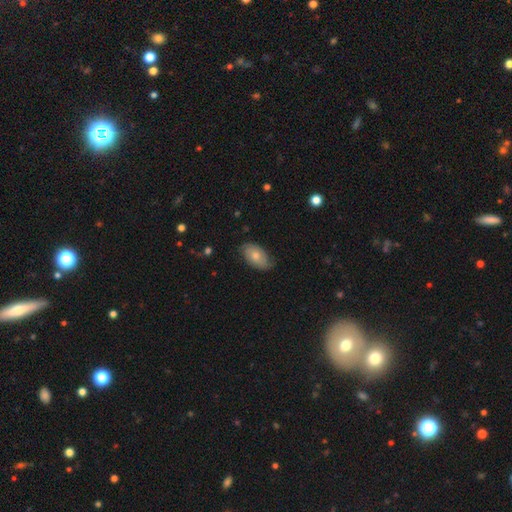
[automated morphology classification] Smooth or featured: smooth — 56% (featured or disk — 37%)
How rounded: in between — 93% (round — 5%)
Merging: none — 72% (minor disturbance — 23%)